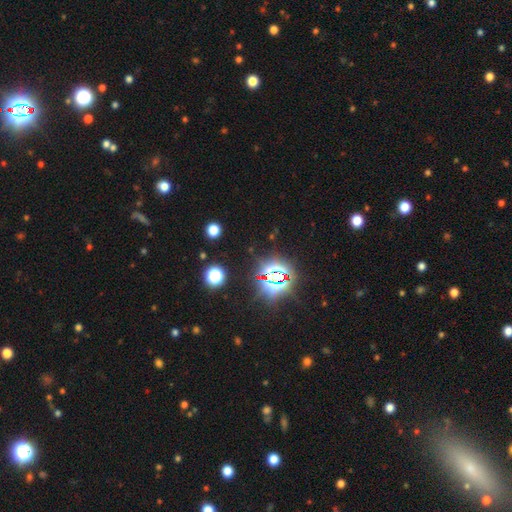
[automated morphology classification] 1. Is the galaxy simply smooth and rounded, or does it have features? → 82% star or artifact, 12% smooth, 7% featured or disk.